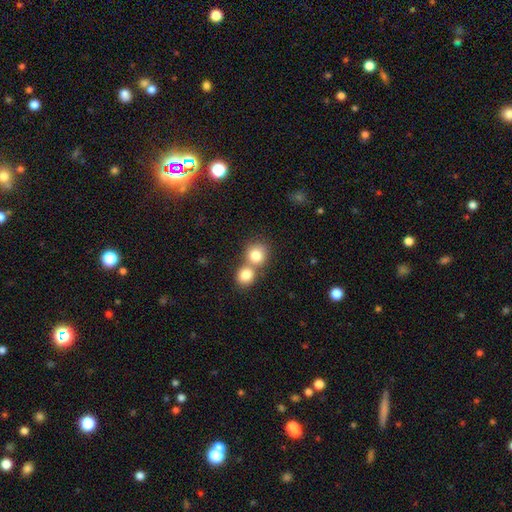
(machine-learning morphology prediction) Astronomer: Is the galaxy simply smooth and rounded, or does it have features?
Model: smooth — 81%.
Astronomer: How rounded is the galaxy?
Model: round — 83%.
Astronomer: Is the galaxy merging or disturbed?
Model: merger — 53% (runner-up: none, 38%).